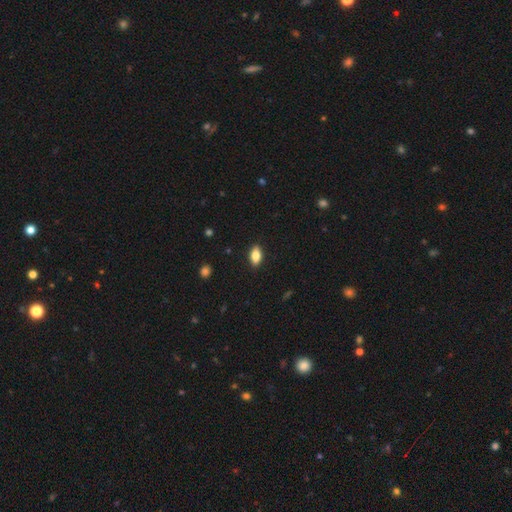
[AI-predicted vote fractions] Smooth or featured?
  - smooth: 82% *
  - featured or disk: 10%
  - star or artifact: 8%
How rounded?
  - in between: 90% *
  - round: 5%
  - cigar-shaped: 5%
Merging?
  - none: 89% *
  - minor disturbance: 8%
  - major disturbance: 2%
  - merger: 1%